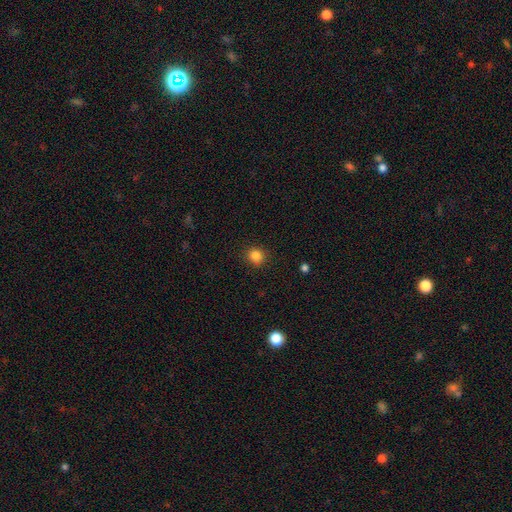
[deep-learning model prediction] This is clearly a smooth galaxy (84%). How rounded: clearly round (87%). Merging: clearly none (90%).